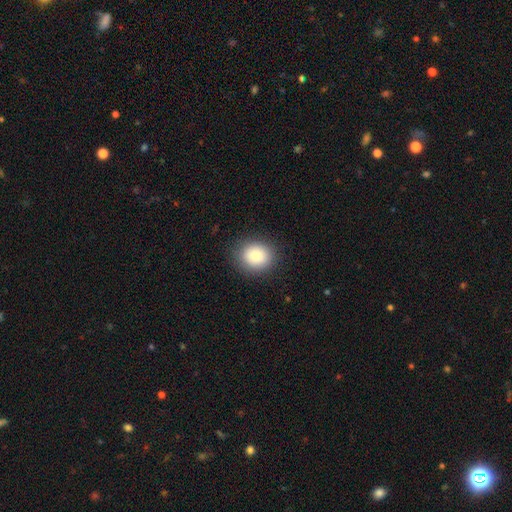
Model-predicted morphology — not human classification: Smooth or featured: smooth — 86% (star or artifact — 8%)
How rounded: round — 70% (in between — 29%)
Merging: none — 87% (minor disturbance — 9%)